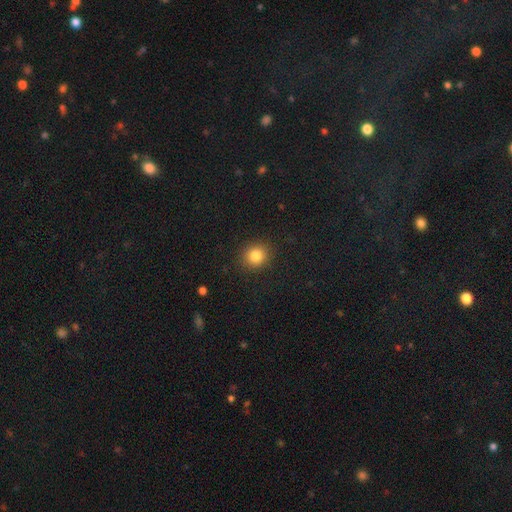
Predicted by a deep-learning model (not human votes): The model was most divided on "how rounded": round: 81%, in between: 18%, cigar-shaped: 1%. More confident: merging — none (90%); smooth or featured — smooth (83%).